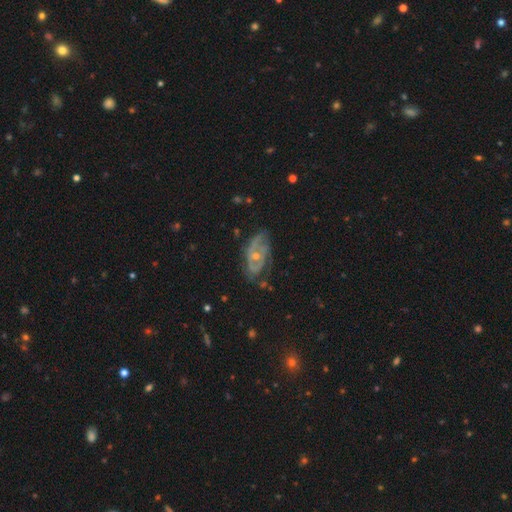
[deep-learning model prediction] featured or disk 78%, smooth 13%, star or artifact 8%. Down the decision tree: edge-on disk — no (95%); bar — no (69%); spiral arms — yes (87%); spiral arm count — 2 (52%); spiral winding — tight (45%); bulge size — small (53%); merging — none (64%).